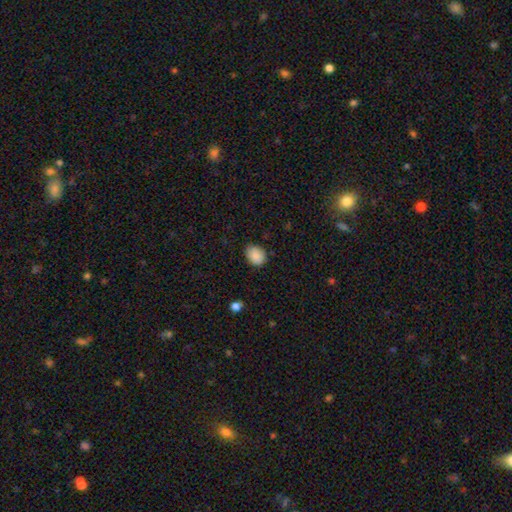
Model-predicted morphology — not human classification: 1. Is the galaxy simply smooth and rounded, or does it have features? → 88% smooth, 8% star or artifact, 4% featured or disk.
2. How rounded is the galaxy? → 59% in between, 40% round, 1% cigar-shaped.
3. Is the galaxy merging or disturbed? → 80% none, 16% minor disturbance, 3% major disturbance, 1% merger.